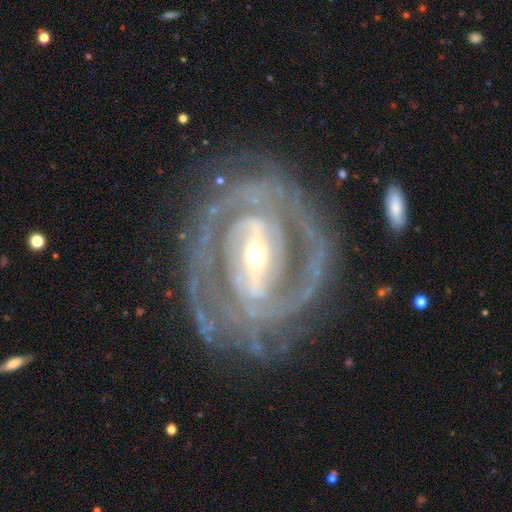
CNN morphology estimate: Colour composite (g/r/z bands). It shows a featured or disk galaxy (91%) with a strong bar (63%), 2 (50%) tight (66%) spiral arms (95%) and a moderate central bulge (48%). Merging: none (75%).